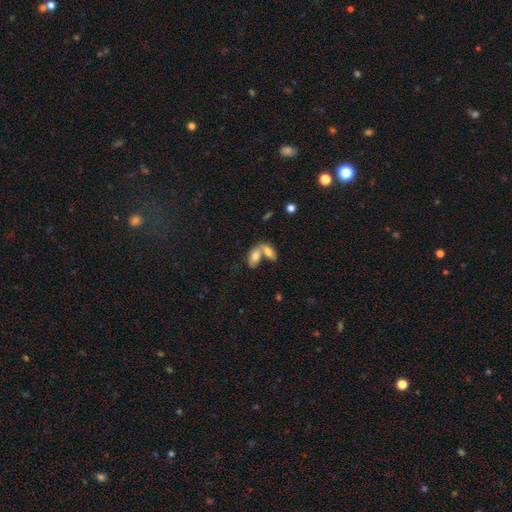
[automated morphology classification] The model was most divided on "merging": merger: 69%, none: 20%, minor disturbance: 6%, major disturbance: 4%. More confident: how rounded — in between (88%); smooth or featured — smooth (73%).